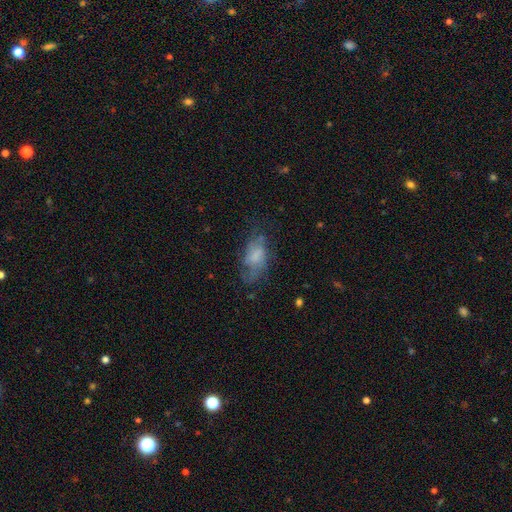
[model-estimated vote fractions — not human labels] smooth_or_featured: smooth (p=0.51) [alt: featured or disk p=0.39]
how_rounded: in between (p=0.89) [alt: round p=0.06]
merging: none (p=0.47) [alt: minor disturbance p=0.27]